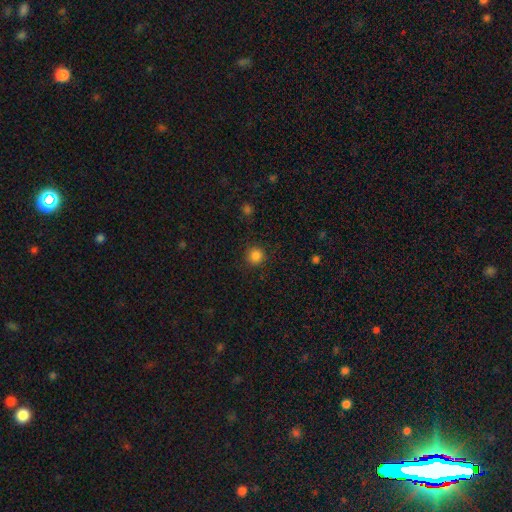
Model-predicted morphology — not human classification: A smooth galaxy with no disk features (85%) that is round (94%). Merging: none (91%).